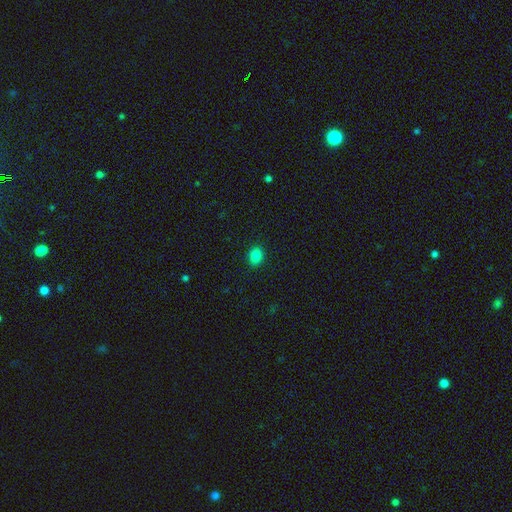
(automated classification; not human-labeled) A smooth galaxy with no disk features (84%) that is round (52%). Merging: none (89%).